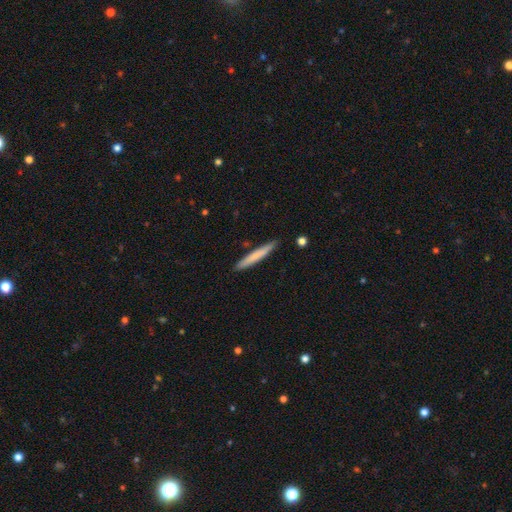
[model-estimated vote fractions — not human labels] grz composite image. It shows a smooth galaxy with no disk features (71%) that is cigar-shaped (96%). Merging: none (89%).